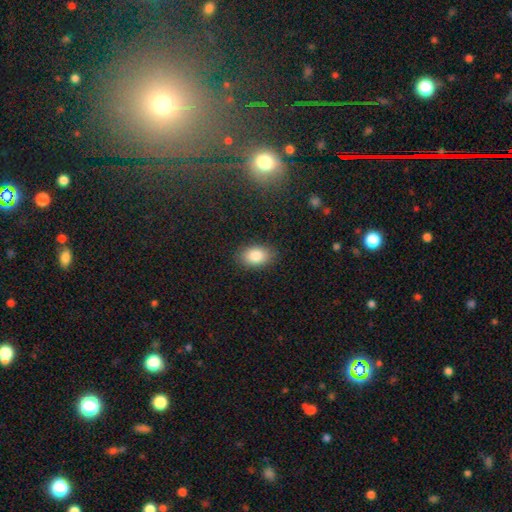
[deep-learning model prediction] Smooth or featured? Predicted: smooth (p=0.84). How rounded? Predicted: in between (p=0.85). Merging? Predicted: none (p=0.86).